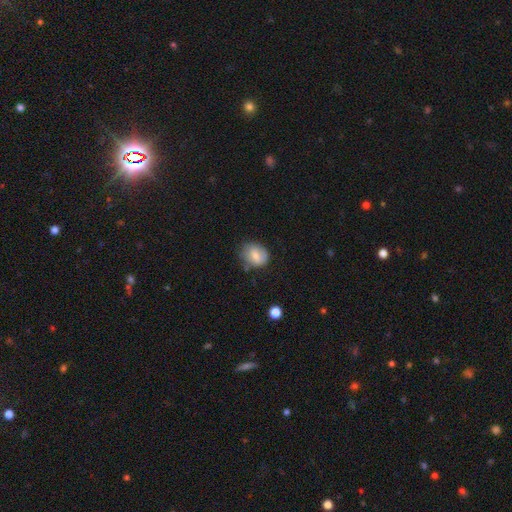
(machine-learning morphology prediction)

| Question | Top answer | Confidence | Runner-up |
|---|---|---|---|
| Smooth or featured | smooth | 73% | featured or disk (19%) |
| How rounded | round | 56% | in between (43%) |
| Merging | none | 65% | minor disturbance (25%) |